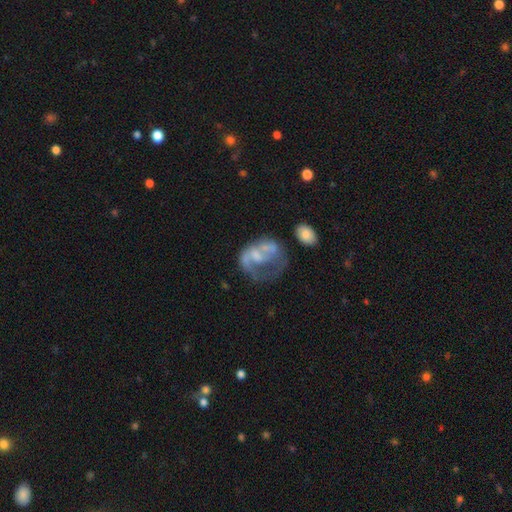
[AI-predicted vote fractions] smooth-or-featured: featured or disk: 59% | smooth: 32% | star or artifact: 10%
  disk-edge-on: no: 97% | yes: 3%
    bar: no: 67% | weak: 26% | strong: 7%
    has-spiral-arms: no: 59% | yes: 41%
    bulge-size: none: 40% | small: 26% | moderate: 26% | large: 6% | dominant: 2%
  merging: major disturbance: 45% | none: 25% | minor disturbance: 16% | merger: 14%